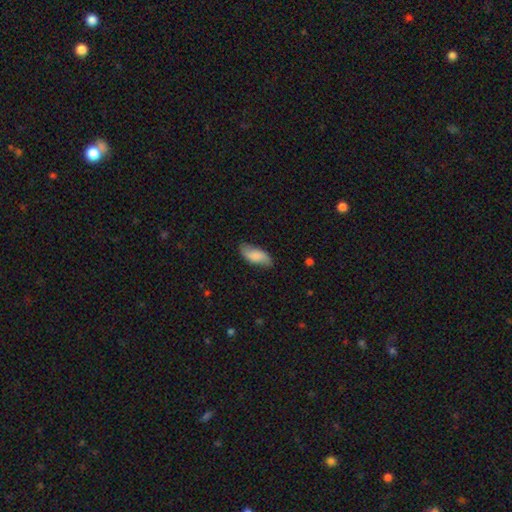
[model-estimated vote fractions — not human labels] A smooth galaxy with no disk features (68%) that is in between round and cigar-shaped (84%). Merging: none (76%).